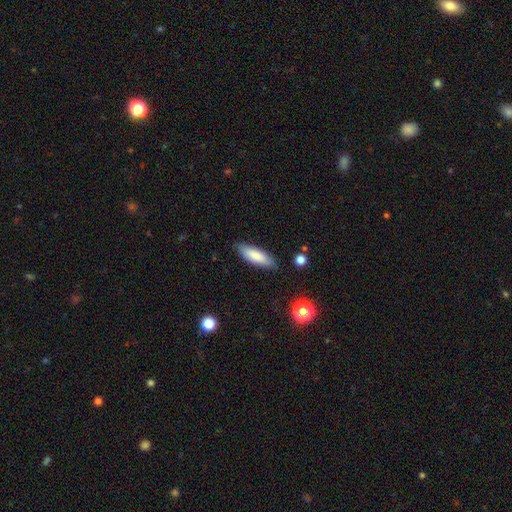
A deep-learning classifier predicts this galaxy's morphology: smooth_or_featured: smooth (p=0.82) [alt: featured or disk p=0.12]
how_rounded: in between (p=0.51) [alt: cigar-shaped p=0.48]
merging: none (p=0.84) [alt: minor disturbance p=0.13]